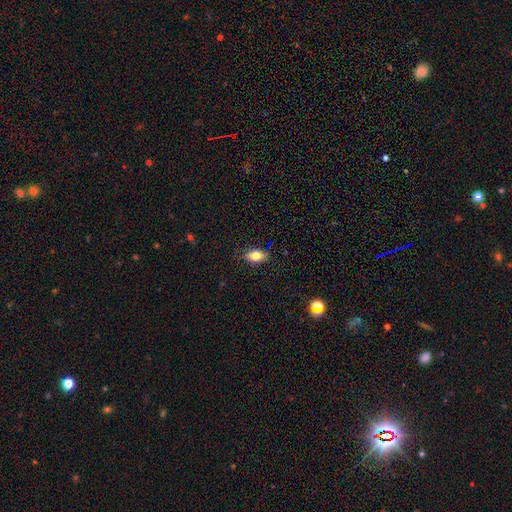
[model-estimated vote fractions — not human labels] Morphology: type=smooth (77%); roundness=in between (85%); merging=none (83%).